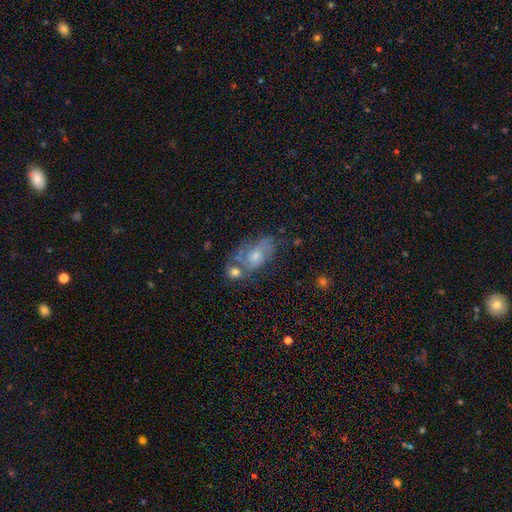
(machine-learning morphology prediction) Smooth or featured? Predicted: featured or disk (p=0.51). Edge-on disk? Predicted: no (p=0.95). Merging? Predicted: none (p=0.32).